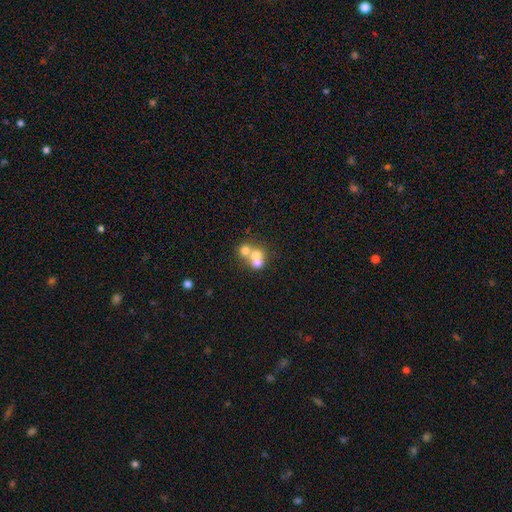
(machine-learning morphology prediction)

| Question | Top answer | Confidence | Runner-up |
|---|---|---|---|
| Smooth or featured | smooth | 60% | featured or disk (27%) |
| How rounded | round | 79% | in between (20%) |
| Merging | merger | 63% | none (28%) |